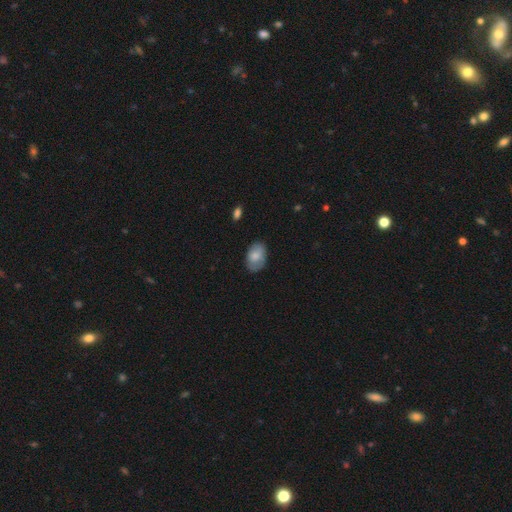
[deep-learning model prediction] Overall: smooth (78%). How rounded: in between (88%). Merging: none (73%).